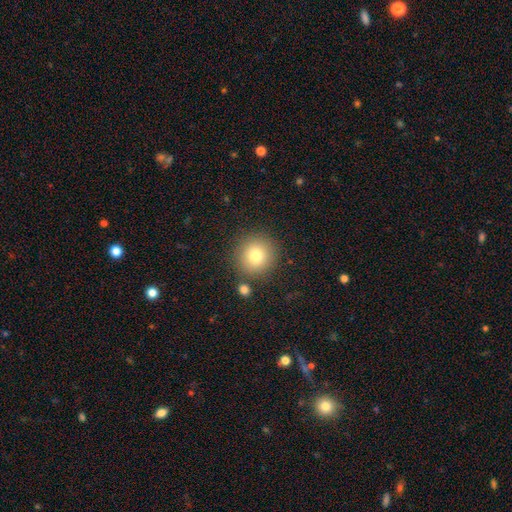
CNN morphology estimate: smooth_or_featured: smooth (p=0.80) [alt: star or artifact p=0.11]
how_rounded: round (p=0.93) [alt: in between p=0.06]
merging: none (p=0.85) [alt: minor disturbance p=0.08]